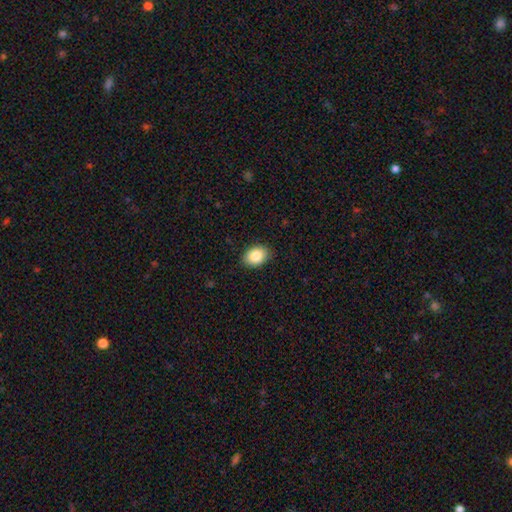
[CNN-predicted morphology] Smooth or featured? smooth (86%)
How rounded? in between (78%)
Merging? none (88%)